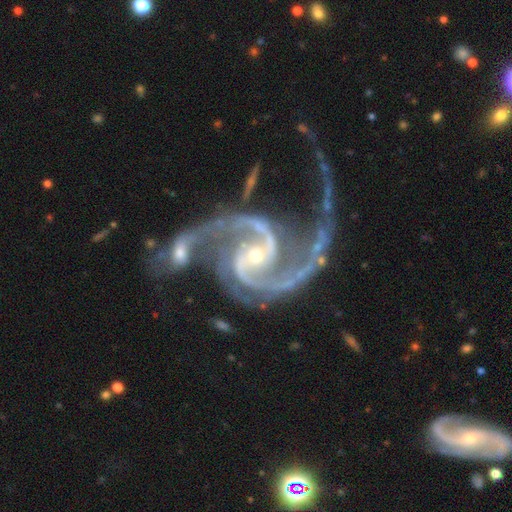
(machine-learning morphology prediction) This appears to be a featured or disk galaxy (94%) with no bar (42%), 2 (82%) medium (55%) spiral arms (99%) and a small central bulge (68%). Merging: merger (45%).